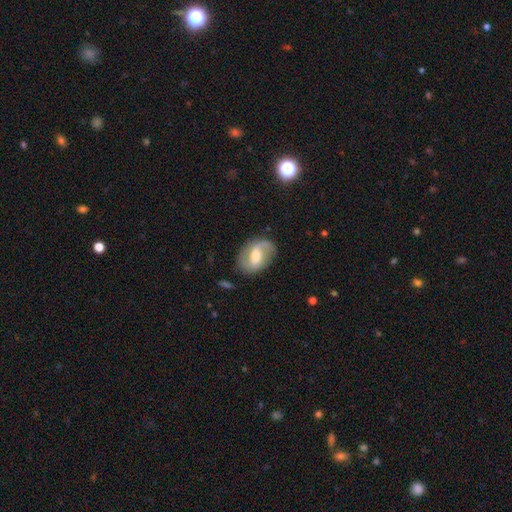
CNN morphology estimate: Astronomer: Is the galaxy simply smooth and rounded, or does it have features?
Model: featured or disk — 74%.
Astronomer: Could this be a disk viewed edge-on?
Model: no — 97%.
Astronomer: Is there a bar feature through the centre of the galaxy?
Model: weak — 50% (runner-up: no, 25%).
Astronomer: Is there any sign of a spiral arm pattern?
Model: yes — 89%.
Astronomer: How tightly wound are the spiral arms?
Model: medium — 43% (runner-up: loose, 38%).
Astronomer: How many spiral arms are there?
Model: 2 — 83%.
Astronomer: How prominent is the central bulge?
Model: moderate — 65%.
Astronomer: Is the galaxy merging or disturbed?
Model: none — 77%.